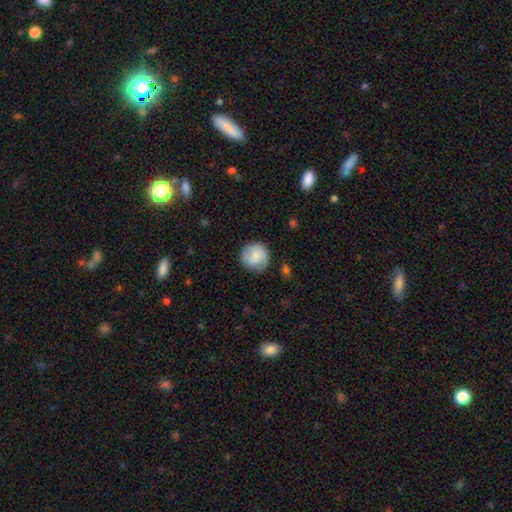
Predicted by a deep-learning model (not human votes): smooth_or_featured: smooth (p=0.59) [alt: featured or disk p=0.34]
how_rounded: round (p=0.93) [alt: in between p=0.06]
merging: none (p=0.82) [alt: minor disturbance p=0.13]